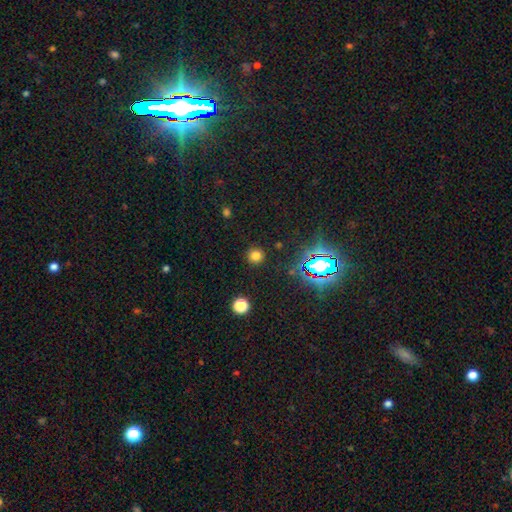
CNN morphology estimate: Smooth or featured? Predicted: smooth (p=0.74). How rounded? Predicted: round (p=0.93). Merging? Predicted: none (p=0.89).